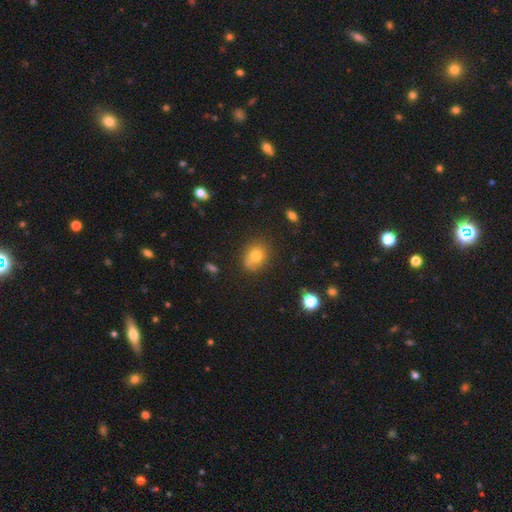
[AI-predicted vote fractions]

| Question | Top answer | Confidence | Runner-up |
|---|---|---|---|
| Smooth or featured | smooth | 75% | star or artifact (13%) |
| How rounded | round | 59% | in between (40%) |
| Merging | none | 64% | minor disturbance (18%) |